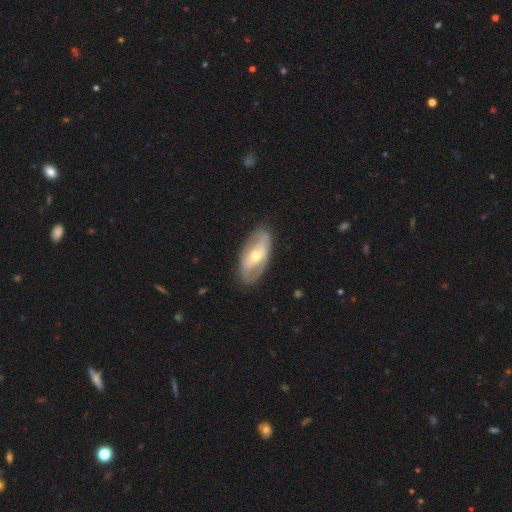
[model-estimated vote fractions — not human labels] smooth_or_featured: featured or disk (p=0.68) [alt: smooth p=0.28]
disk_edge_on: no (p=0.89) [alt: yes p=0.11]
bar: no (p=0.56) [alt: weak p=0.28]
has_spiral_arms: yes (p=0.54) [alt: no p=0.46]
bulge_size: moderate (p=0.68) [alt: small p=0.25]
merging: none (p=0.78) [alt: minor disturbance p=0.16]